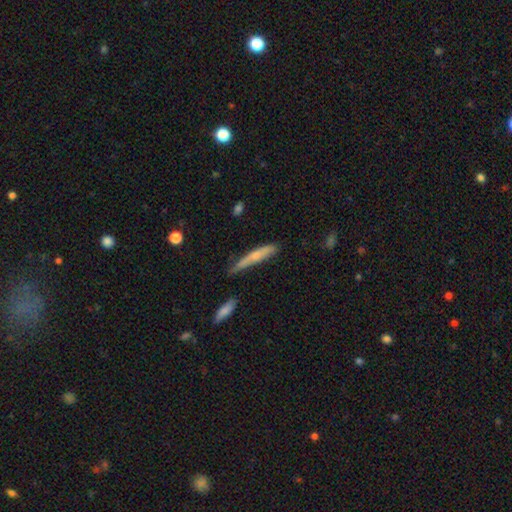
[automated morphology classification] This appears to be a smooth galaxy with no disk features (60%) that is cigar-shaped (91%). Merging: none (57%).